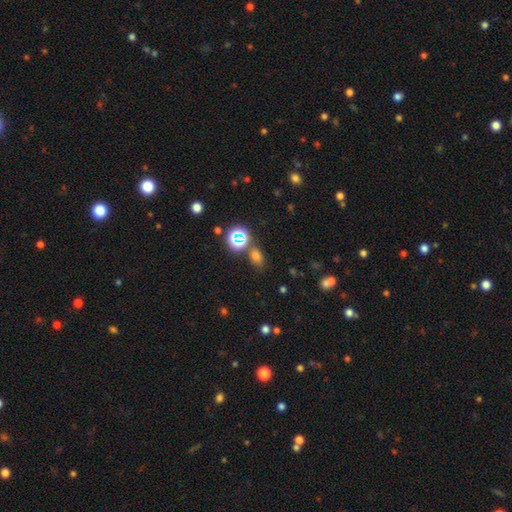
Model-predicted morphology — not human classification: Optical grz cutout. It shows a smooth galaxy with no disk features (61%) that is in between round and cigar-shaped (66%). Merging: none (73%).